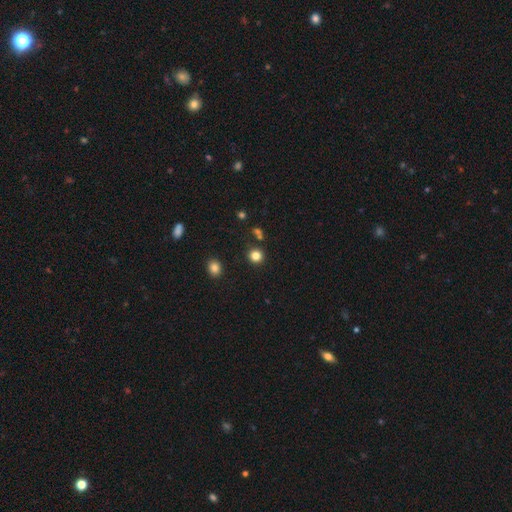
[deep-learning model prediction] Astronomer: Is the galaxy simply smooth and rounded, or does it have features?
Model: smooth — 82%.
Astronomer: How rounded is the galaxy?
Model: round — 91%.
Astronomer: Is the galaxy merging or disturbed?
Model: none — 86%.